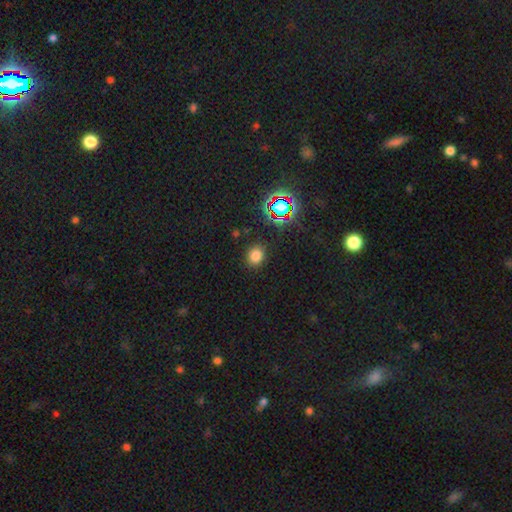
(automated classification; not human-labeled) Smooth or featured: smooth — 75% (star or artifact — 19%)
How rounded: round — 72% (in between — 27%)
Merging: none — 88% (minor disturbance — 8%)